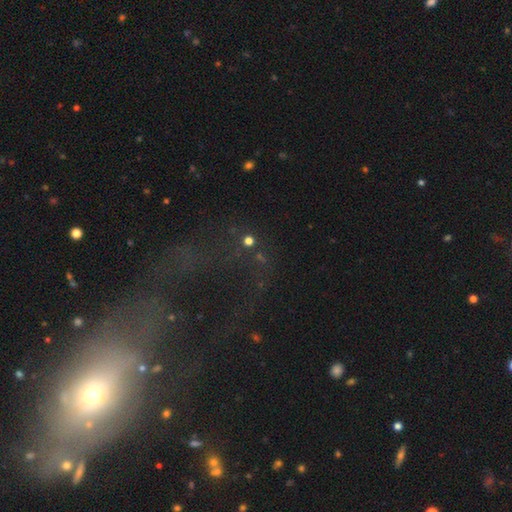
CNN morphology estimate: The model was most divided on "smooth or featured": star or artifact: 44%, featured or disk: 34%, smooth: 22%.